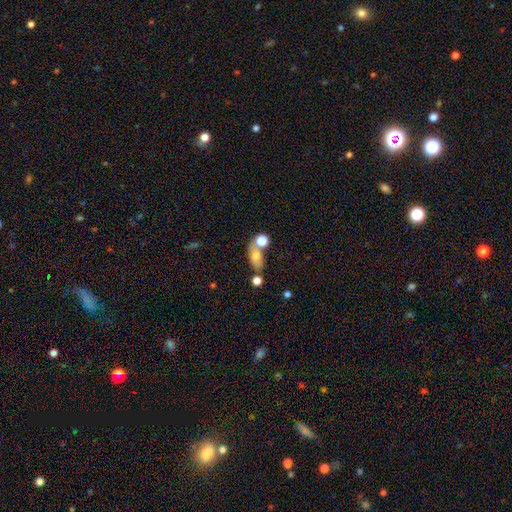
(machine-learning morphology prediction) Q: Smooth or featured?
A: smooth (68%); runner-up: featured or disk (22%)
Q: How rounded?
A: in between (73%); runner-up: round (17%)
Q: Merging?
A: none (51%); runner-up: merger (27%)